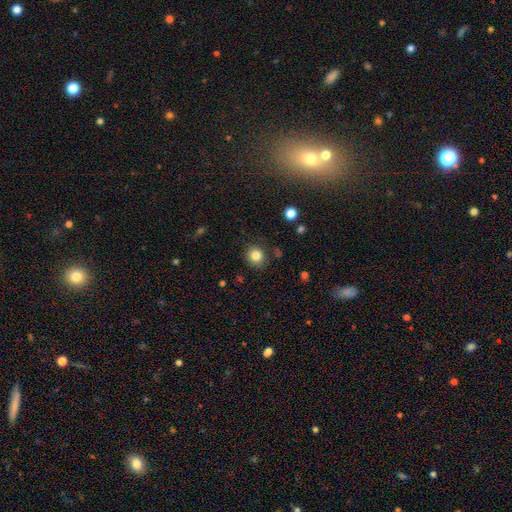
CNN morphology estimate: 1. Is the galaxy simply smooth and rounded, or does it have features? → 83% smooth, 11% star or artifact, 6% featured or disk.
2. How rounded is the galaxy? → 82% round, 17% in between, 1% cigar-shaped.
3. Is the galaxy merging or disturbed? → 85% none, 10% minor disturbance, 3% major disturbance, 2% merger.